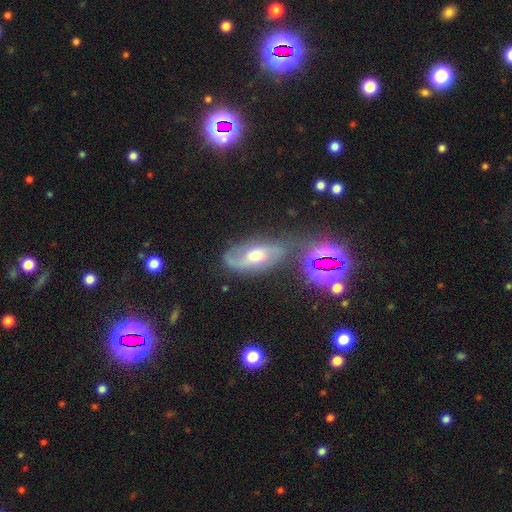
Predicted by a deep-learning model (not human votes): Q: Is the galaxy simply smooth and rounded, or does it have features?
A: featured or disk — 72%.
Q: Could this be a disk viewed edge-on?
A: no — 93%.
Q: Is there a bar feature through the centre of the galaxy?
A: no — 49%.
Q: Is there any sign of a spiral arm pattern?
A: yes — 92%.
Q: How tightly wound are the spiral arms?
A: medium — 45%.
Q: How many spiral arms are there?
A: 2 — 83%.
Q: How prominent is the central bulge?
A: moderate — 59%.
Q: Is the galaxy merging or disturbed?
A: none — 60%.